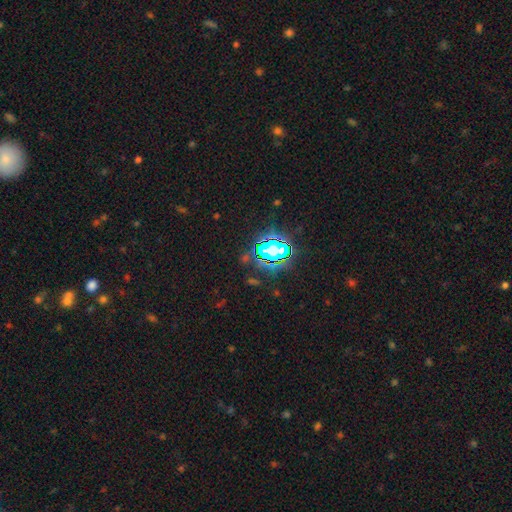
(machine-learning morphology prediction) Smooth or featured? Predicted: star or artifact (p=0.82).